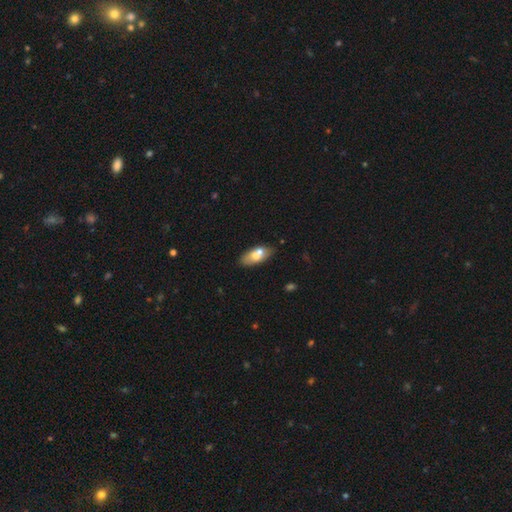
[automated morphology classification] A smooth galaxy with no disk features (66%) that is in between round and cigar-shaped (83%). Merging: none (56%).